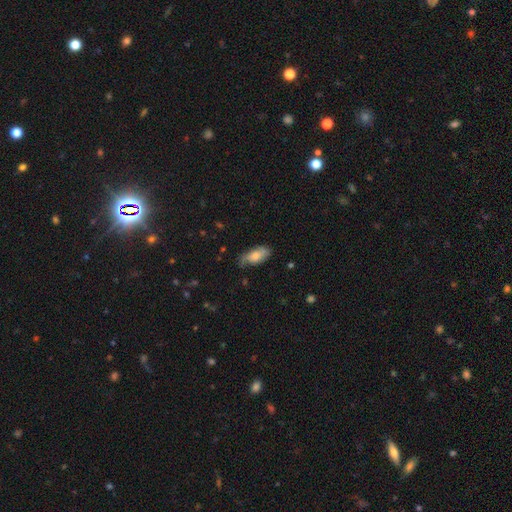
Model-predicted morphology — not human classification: Smooth or featured?
  - smooth: 59% *
  - featured or disk: 34%
  - star or artifact: 7%
How rounded?
  - in between: 86% *
  - cigar-shaped: 10%
  - round: 3%
Merging?
  - none: 60% *
  - minor disturbance: 29%
  - major disturbance: 9%
  - merger: 2%